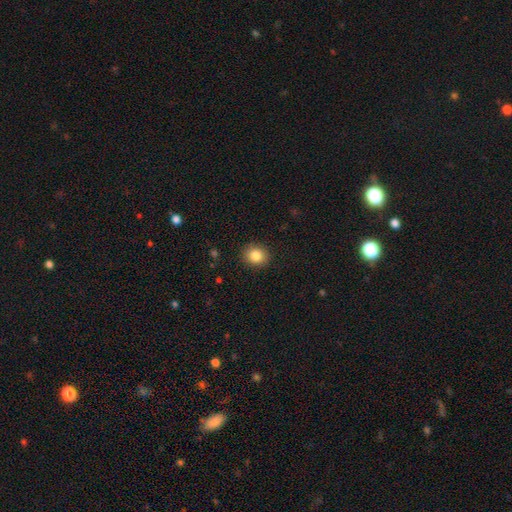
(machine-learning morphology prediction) type=smooth (84%); roundness=round (75%); merging=none (90%).